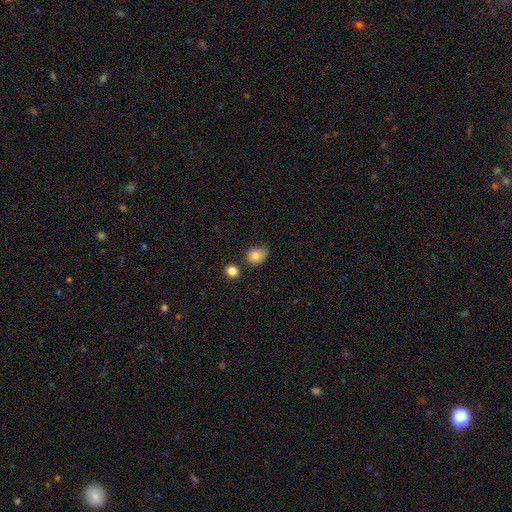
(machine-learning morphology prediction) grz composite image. It shows a smooth galaxy with no disk features (80%) that is round (53%). Merging: none (57%).